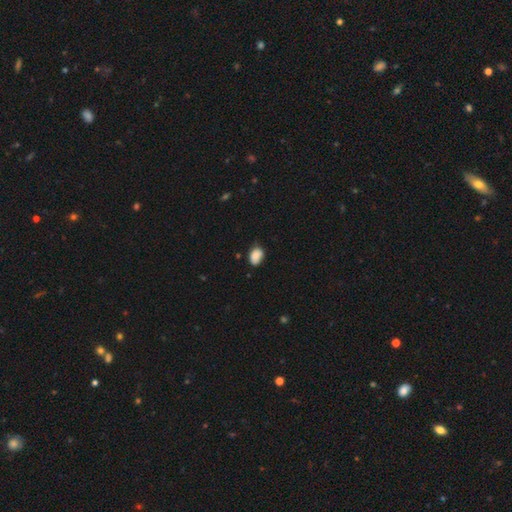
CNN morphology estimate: This is clearly a smooth galaxy (85%). How rounded: clearly in between (80%). Merging: likely none (63%).